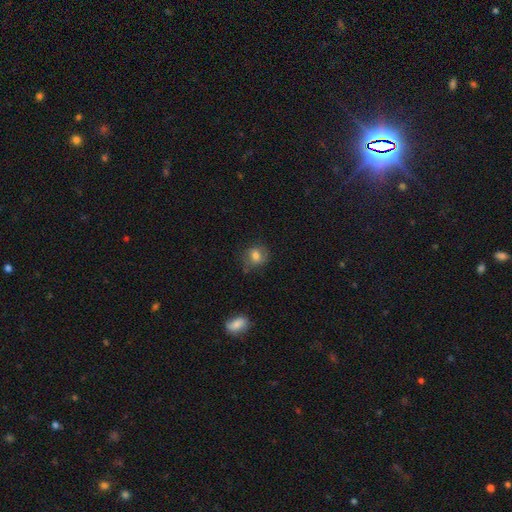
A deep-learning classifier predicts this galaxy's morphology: Smooth or featured?
  - smooth: 74% *
  - featured or disk: 15%
  - star or artifact: 10%
How rounded?
  - round: 68% *
  - in between: 30%
  - cigar-shaped: 1%
Merging?
  - none: 67% *
  - minor disturbance: 23%
  - major disturbance: 7%
  - merger: 3%